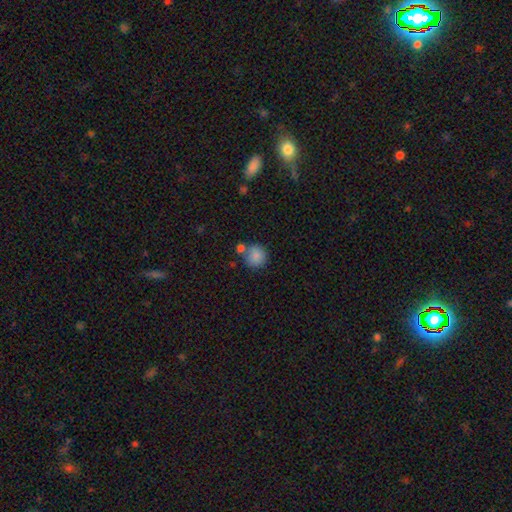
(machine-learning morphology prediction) Smooth or featured? smooth (85%)
How rounded? round (92%)
Merging? none (67%)